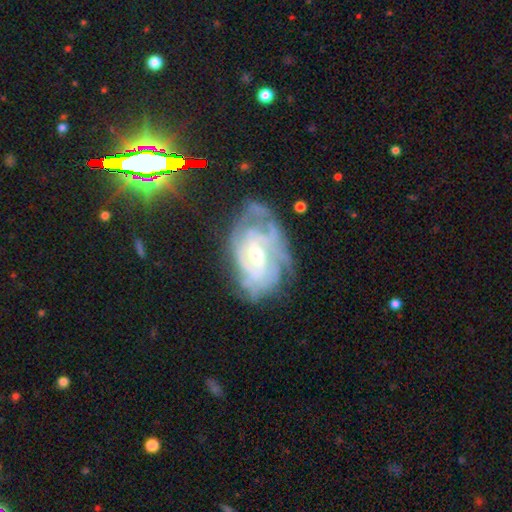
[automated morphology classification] Smooth or featured? Predicted: featured or disk (p=0.85). Edge-on disk? Predicted: no (p=0.96). Bar? Predicted: weak (p=0.47). Spiral arms? Predicted: yes (p=0.92). Spiral winding? Predicted: tight (p=0.64). Spiral arm count? Predicted: can't tell (p=0.45). Bulge size? Predicted: moderate (p=0.64). Merging? Predicted: none (p=0.60).